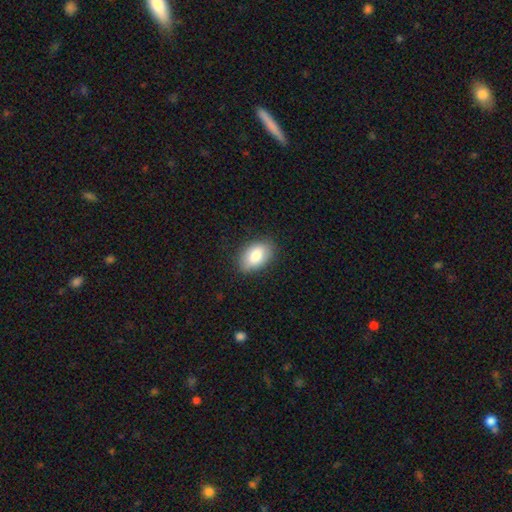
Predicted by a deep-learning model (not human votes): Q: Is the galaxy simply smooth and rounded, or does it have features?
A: smooth — 83%.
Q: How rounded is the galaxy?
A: in between — 91%.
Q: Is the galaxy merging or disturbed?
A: none — 85%.